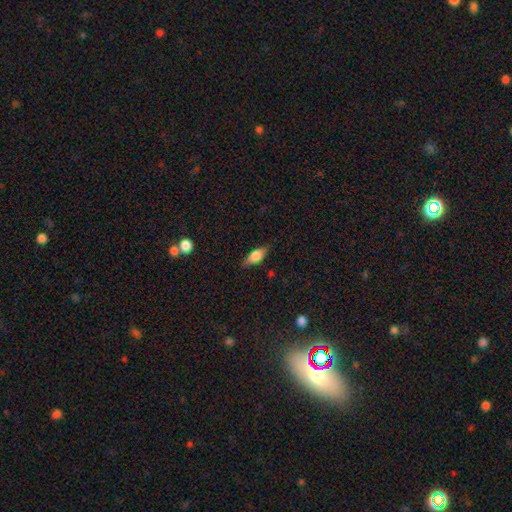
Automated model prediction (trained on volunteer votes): A smooth galaxy with no disk features (65%) that is in between round and cigar-shaped (77%). Merging: none (82%).